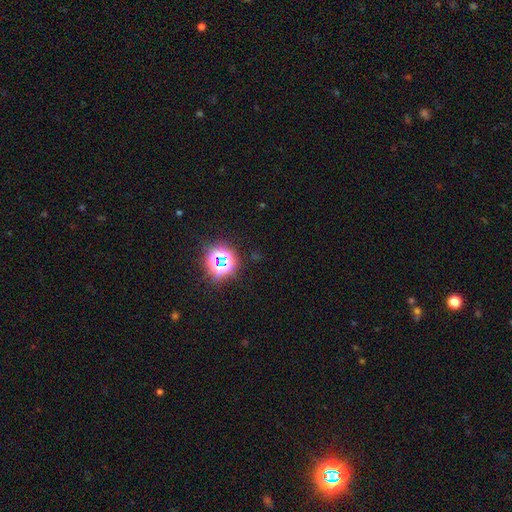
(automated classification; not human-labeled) A star or artifact, not a galaxy (76%).

Vote fractions:
- Smooth or featured? star or artifact: 76% / smooth: 16% / featured or disk: 8%